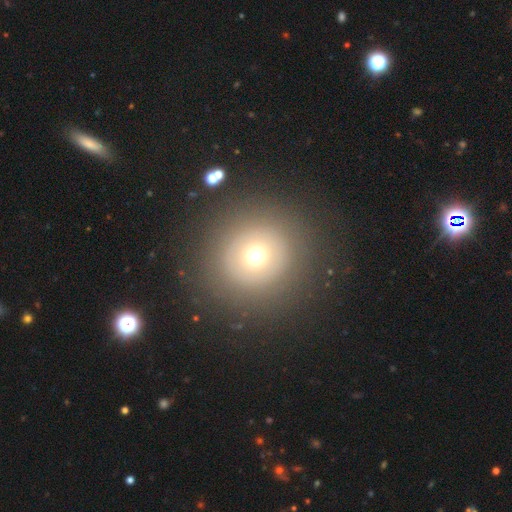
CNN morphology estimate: Smooth or featured? smooth (63%)
How rounded? round (94%)
Merging? none (87%)